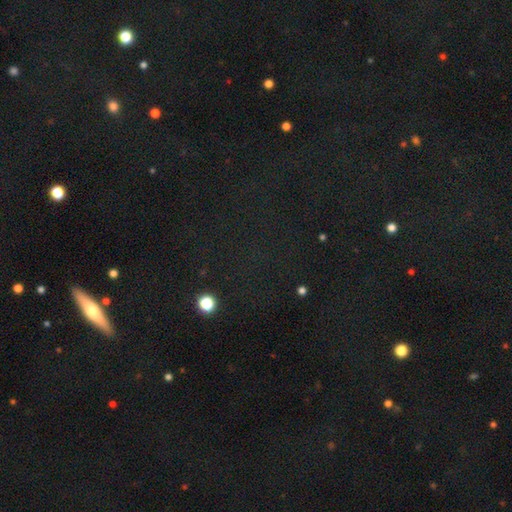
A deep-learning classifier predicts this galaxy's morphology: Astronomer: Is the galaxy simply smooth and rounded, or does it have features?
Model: star or artifact — 64%.